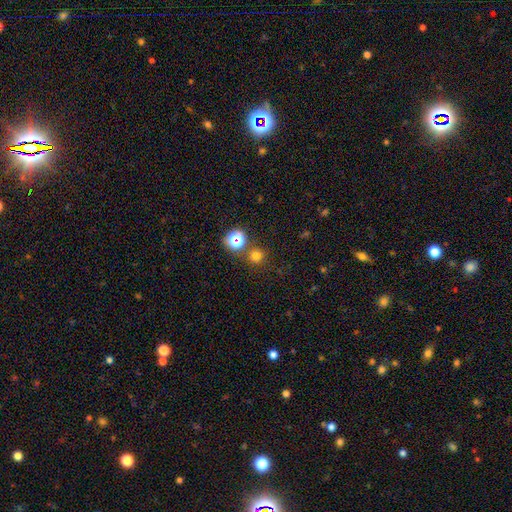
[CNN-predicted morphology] A smooth galaxy with no disk features (70%) that is round (92%). Merging: none (78%).